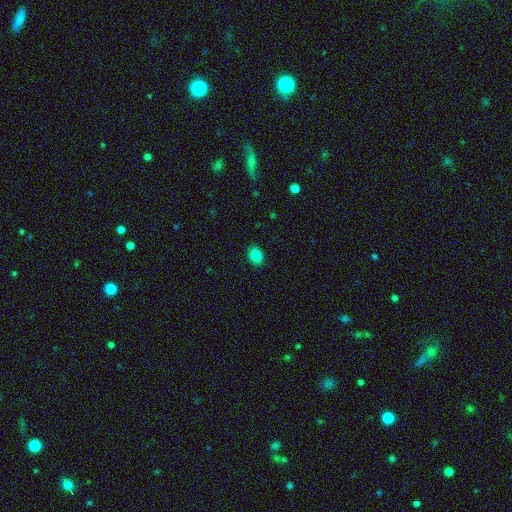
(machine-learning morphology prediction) smooth-or-featured: smooth: 86% | star or artifact: 10% | featured or disk: 4%
  how-rounded: in between: 63% | round: 36% | cigar-shaped: 1%
  merging: none: 89% | minor disturbance: 8% | major disturbance: 2% | merger: 1%